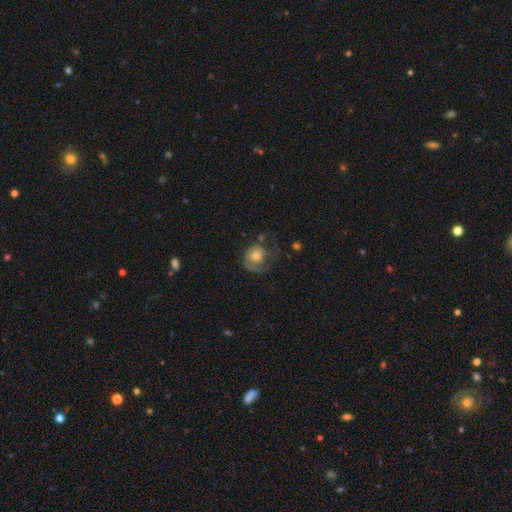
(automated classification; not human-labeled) smooth_or_featured: featured or disk (p=0.48) [alt: smooth p=0.44]
merging: major disturbance (p=0.39) [alt: none p=0.37]